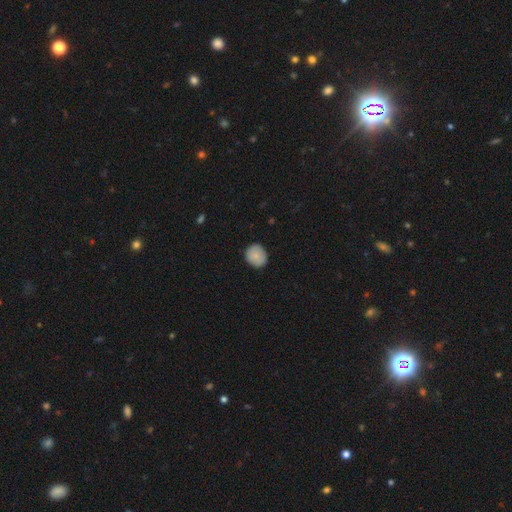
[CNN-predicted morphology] Smooth or featured? Predicted: smooth (p=0.86). How rounded? Predicted: round (p=0.82). Merging? Predicted: none (p=0.87).